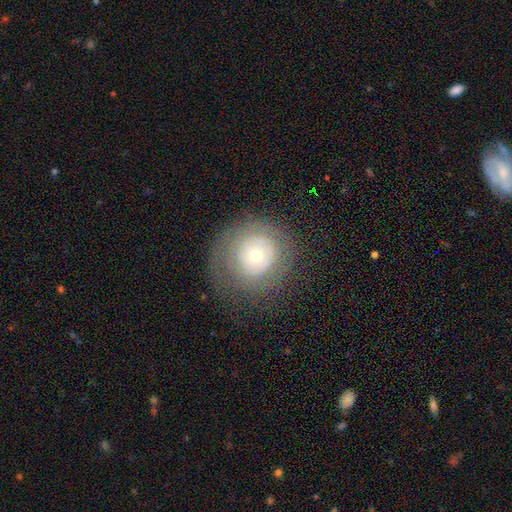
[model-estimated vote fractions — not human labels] This appears to be a smooth galaxy with no disk features (50%) that is round (91%). Merging: none (74%).